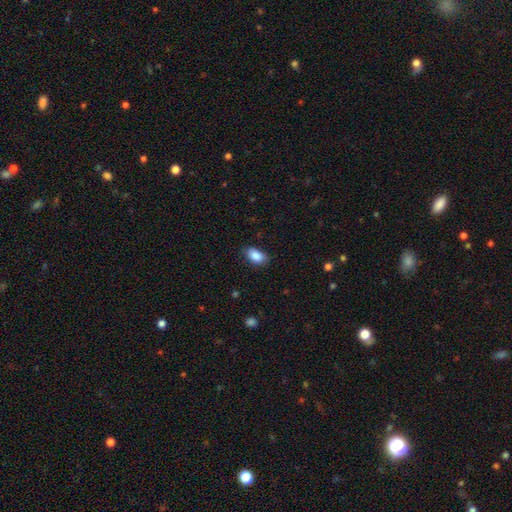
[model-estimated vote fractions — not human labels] This is clearly a smooth galaxy (88%). How rounded: clearly in between (91%). Merging: likely none (79%).